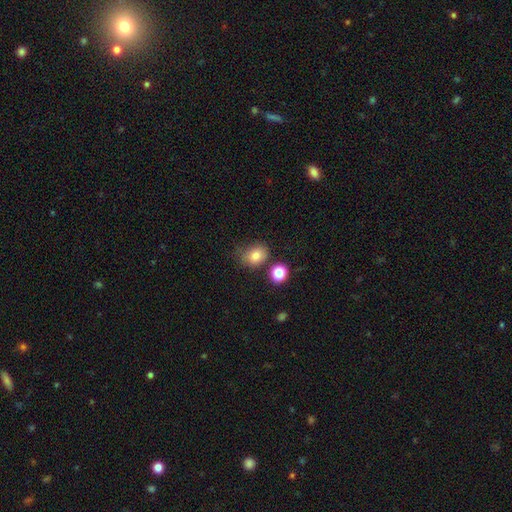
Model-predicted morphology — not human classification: smooth_or_featured: smooth (p=0.81) [alt: star or artifact p=0.12]
how_rounded: round (p=0.50) [alt: in between p=0.49]
merging: none (p=0.62) [alt: minor disturbance p=0.21]